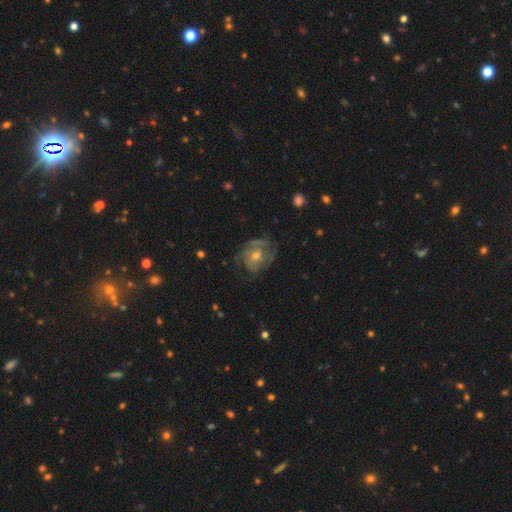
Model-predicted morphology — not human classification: A featured or disk galaxy (71%) with no bar (75%), tight (51%) spiral arms (82%) and a moderate central bulge (62%). Merging: none (66%).